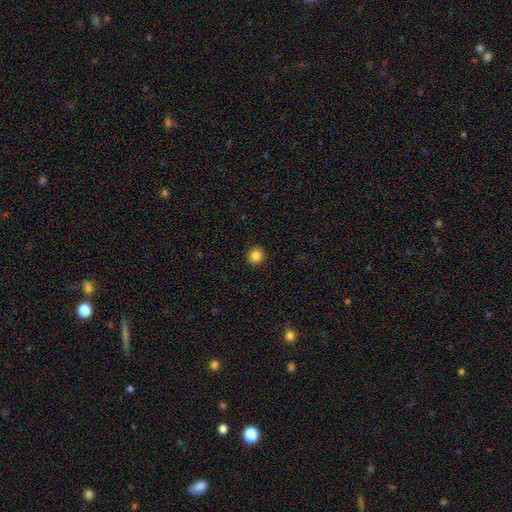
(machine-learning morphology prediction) This is clearly a smooth galaxy (86%). How rounded: clearly round (90%). Merging: clearly none (92%).